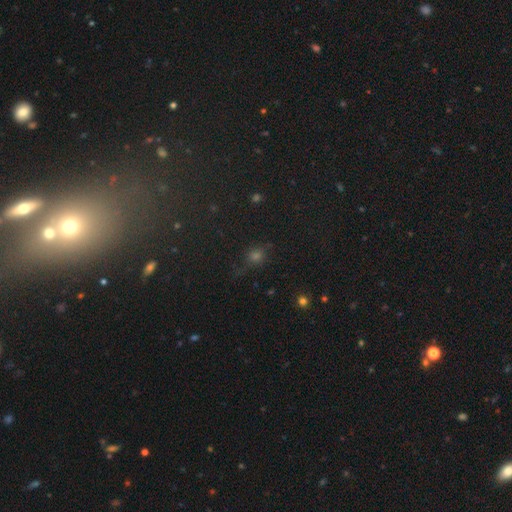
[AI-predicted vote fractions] A smooth galaxy with no disk features (51%) that is round (83%). Merging: none (71%).